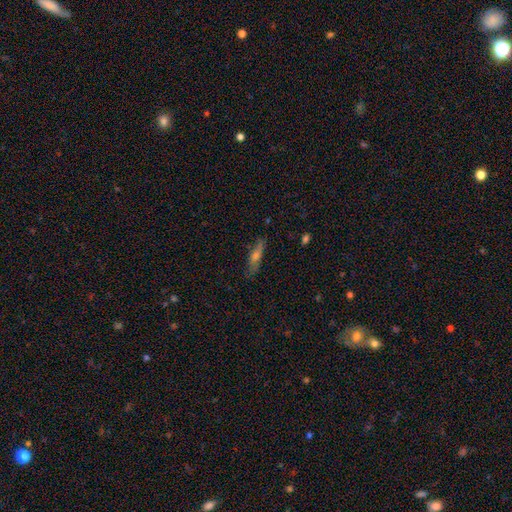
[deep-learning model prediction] Smooth or featured?
  - featured or disk: 47% *
  - smooth: 43%
  - star or artifact: 10%
Merging?
  - none: 82% *
  - minor disturbance: 13%
  - major disturbance: 3%
  - merger: 2%